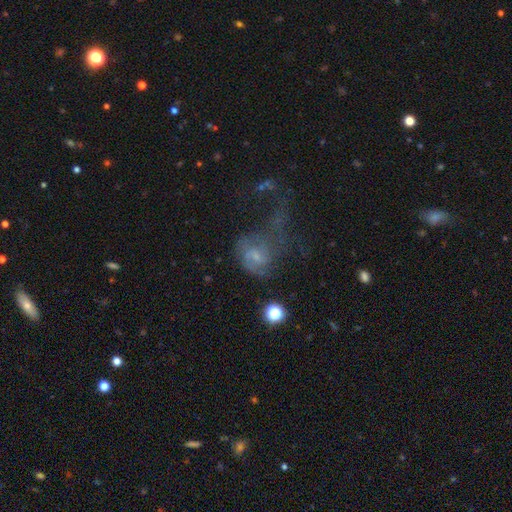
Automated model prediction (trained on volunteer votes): This is possibly a featured or disk galaxy (51%). It is clearly not viewed edge-on (97%). Merging: possibly major disturbance (48%).